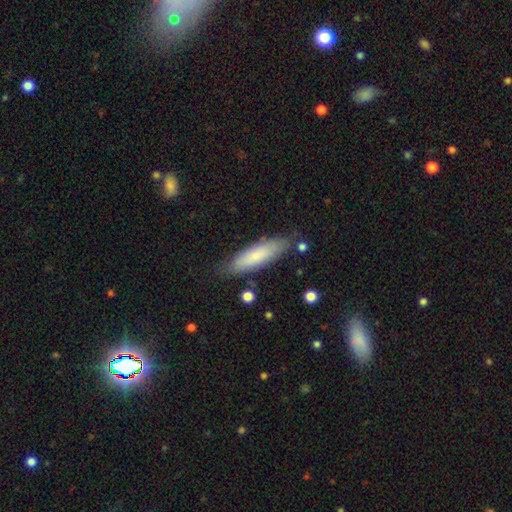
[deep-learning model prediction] This is likely a smooth galaxy (78%). How rounded: likely cigar-shaped (63%). Merging: clearly none (81%).